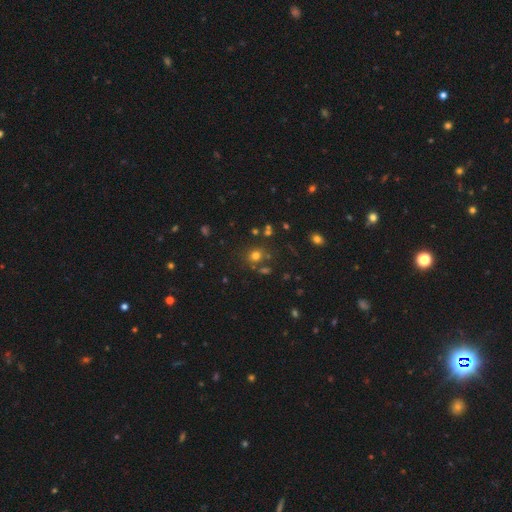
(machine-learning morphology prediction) Smooth or featured?
  - smooth: 69% *
  - star or artifact: 22%
  - featured or disk: 9%
How rounded?
  - round: 73% *
  - in between: 26%
  - cigar-shaped: 1%
Merging?
  - none: 72% *
  - merger: 12%
  - minor disturbance: 11%
  - major disturbance: 5%